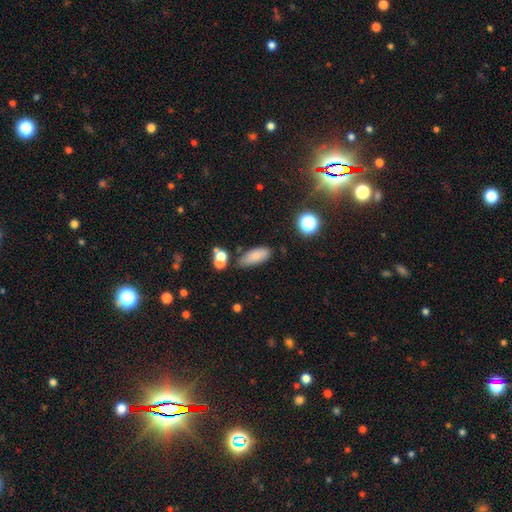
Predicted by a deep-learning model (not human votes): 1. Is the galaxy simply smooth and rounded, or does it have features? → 79% smooth, 11% featured or disk, 10% star or artifact.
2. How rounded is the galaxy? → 76% in between, 21% cigar-shaped, 3% round.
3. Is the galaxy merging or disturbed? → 70% none, 17% minor disturbance, 8% merger, 5% major disturbance.